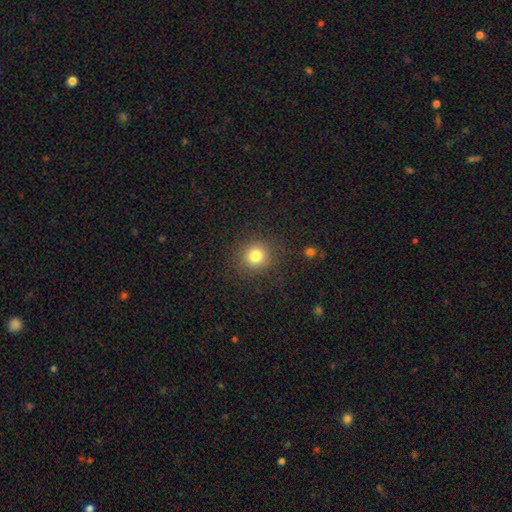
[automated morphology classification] smooth_or_featured: smooth (p=0.80) [alt: star or artifact p=0.13]
how_rounded: round (p=0.91) [alt: in between p=0.08]
merging: none (p=0.88) [alt: minor disturbance p=0.07]